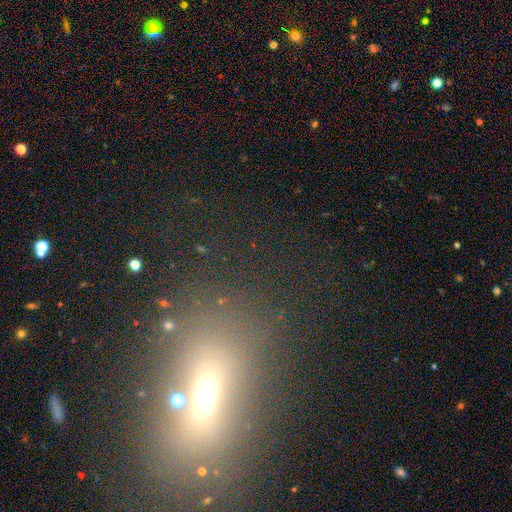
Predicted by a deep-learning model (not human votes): Smooth or featured: smooth — 45% (star or artifact — 36%)
Merging: none — 66% (minor disturbance — 15%)